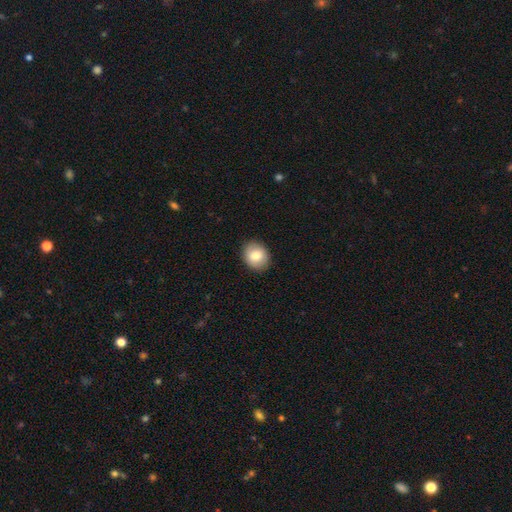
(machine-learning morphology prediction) This appears to be a smooth galaxy with no disk features (81%) that is round (65%). Merging: none (89%).